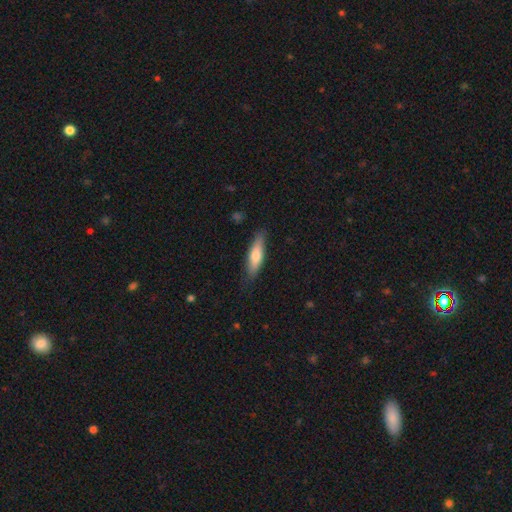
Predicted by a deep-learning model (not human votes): Q: Smooth or featured?
A: smooth (69%); runner-up: featured or disk (25%)
Q: How rounded?
A: cigar-shaped (63%); runner-up: in between (35%)
Q: Merging?
A: none (82%); runner-up: minor disturbance (14%)